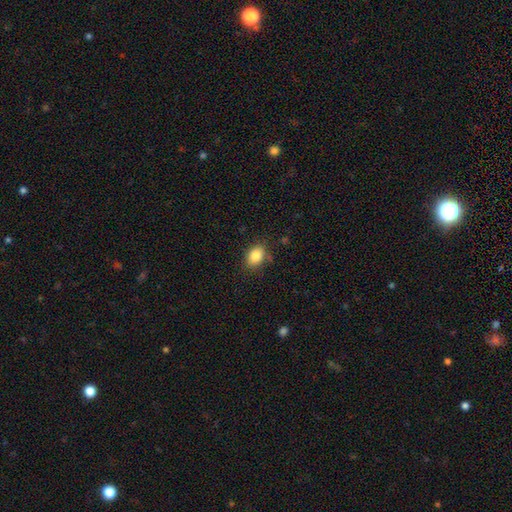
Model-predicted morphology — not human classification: A smooth galaxy with no disk features (86%) that is in between round and cigar-shaped (77%). Merging: none (80%).